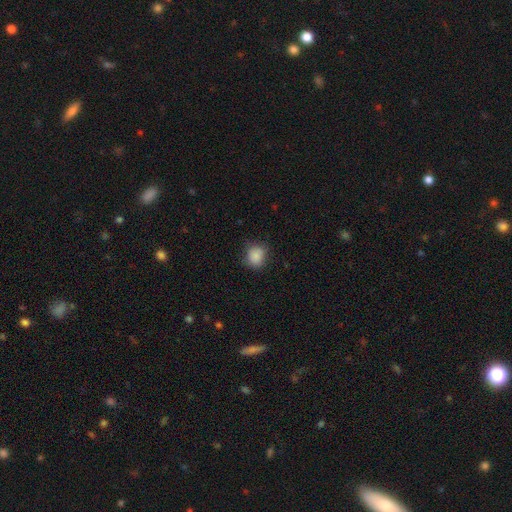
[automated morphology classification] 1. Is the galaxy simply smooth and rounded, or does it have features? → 87% smooth, 9% star or artifact, 4% featured or disk.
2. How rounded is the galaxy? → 76% round, 24% in between, 1% cigar-shaped.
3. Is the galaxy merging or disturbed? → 78% none, 17% minor disturbance, 4% major disturbance, 1% merger.